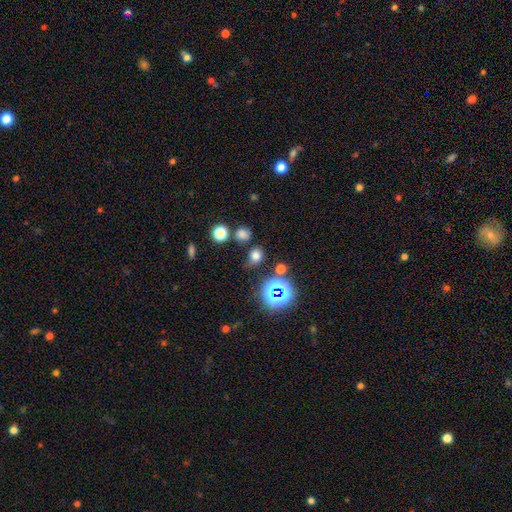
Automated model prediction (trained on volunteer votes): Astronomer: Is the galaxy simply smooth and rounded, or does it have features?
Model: smooth — 67%.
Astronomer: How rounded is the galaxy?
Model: round — 65%.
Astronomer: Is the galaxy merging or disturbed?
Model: none — 69%.